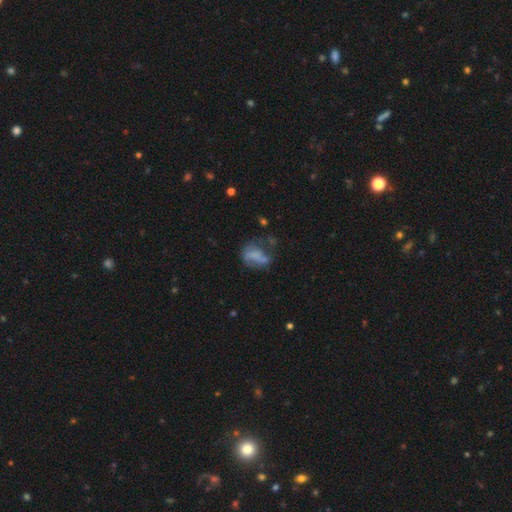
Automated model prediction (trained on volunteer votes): A smooth galaxy with no disk features (47%).

Vote fractions:
- Smooth or featured? smooth: 47% / featured or disk: 39% / star or artifact: 14%
- Merging? major disturbance: 35% / none: 31% / minor disturbance: 23% / merger: 12%